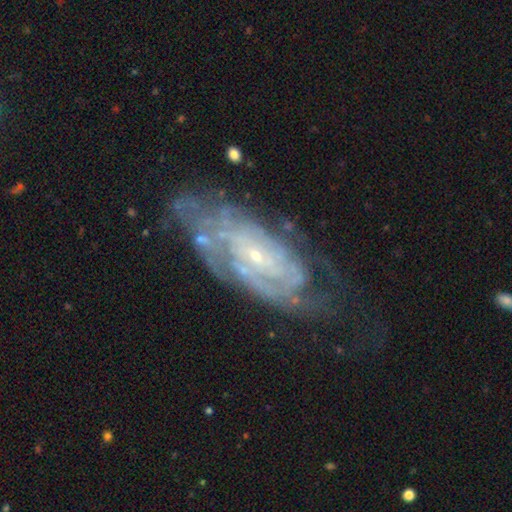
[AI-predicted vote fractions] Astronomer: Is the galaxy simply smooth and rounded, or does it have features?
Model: featured or disk — 82%.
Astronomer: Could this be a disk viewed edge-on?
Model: no — 91%.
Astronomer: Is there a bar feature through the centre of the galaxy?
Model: no — 59%.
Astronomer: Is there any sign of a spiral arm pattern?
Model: yes — 90%.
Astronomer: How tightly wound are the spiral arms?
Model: tight — 71%.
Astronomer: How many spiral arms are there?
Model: can't tell — 53%.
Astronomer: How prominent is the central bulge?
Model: small — 82%.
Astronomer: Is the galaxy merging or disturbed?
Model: none — 57%.